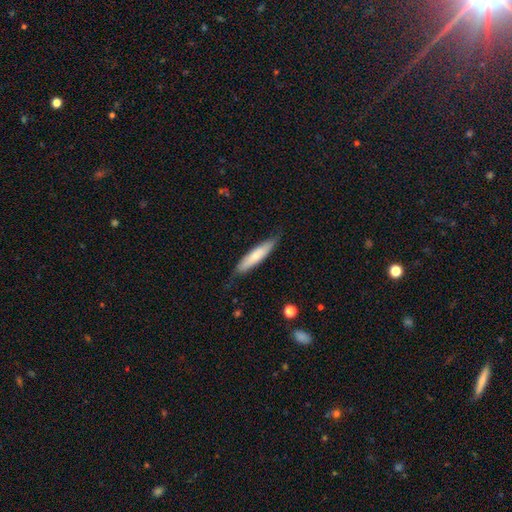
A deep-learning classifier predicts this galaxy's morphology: Smooth or featured?
  - smooth: 65% *
  - featured or disk: 30%
  - star or artifact: 5%
How rounded?
  - cigar-shaped: 81% *
  - in between: 18%
  - round: 1%
Merging?
  - none: 74% *
  - minor disturbance: 20%
  - major disturbance: 4%
  - merger: 1%